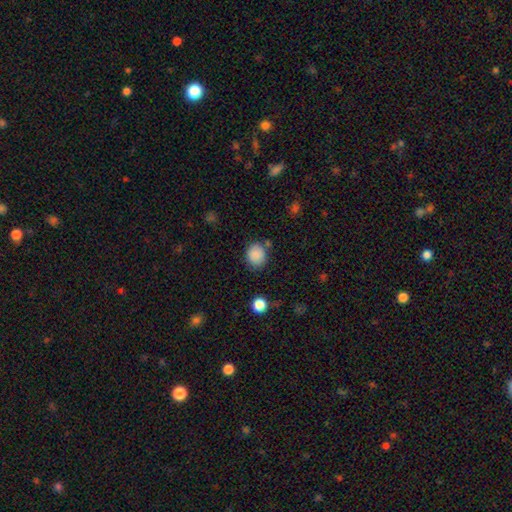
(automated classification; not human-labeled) Smooth or featured?
  - smooth: 87% *
  - star or artifact: 9%
  - featured or disk: 4%
How rounded?
  - round: 76% *
  - in between: 23%
  - cigar-shaped: 1%
Merging?
  - none: 76% *
  - minor disturbance: 14%
  - merger: 5%
  - major disturbance: 4%